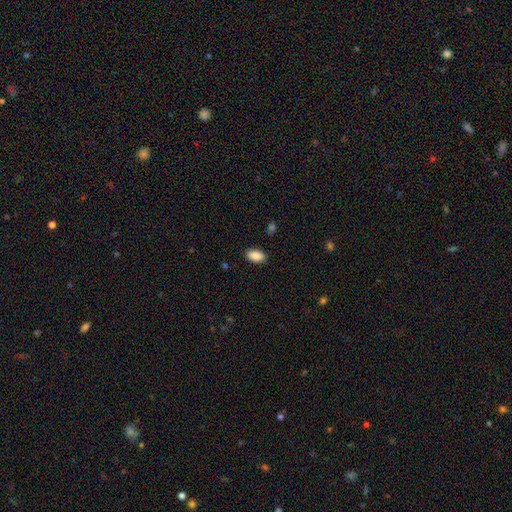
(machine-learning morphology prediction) Smooth or featured? smooth (89%)
How rounded? in between (92%)
Merging? none (86%)